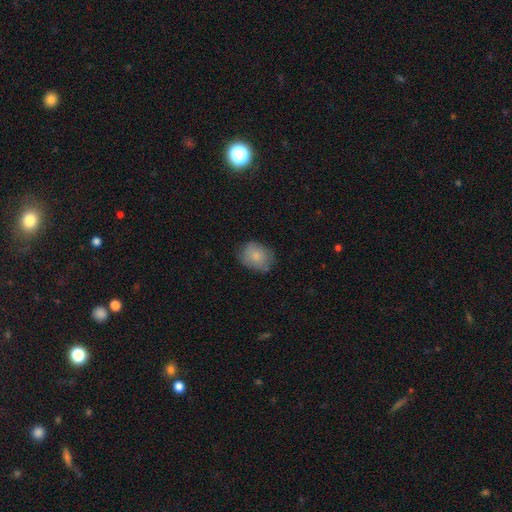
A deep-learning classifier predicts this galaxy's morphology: Overall: smooth (81%). How rounded: in between (53%; round 47%). Merging: none (73%).